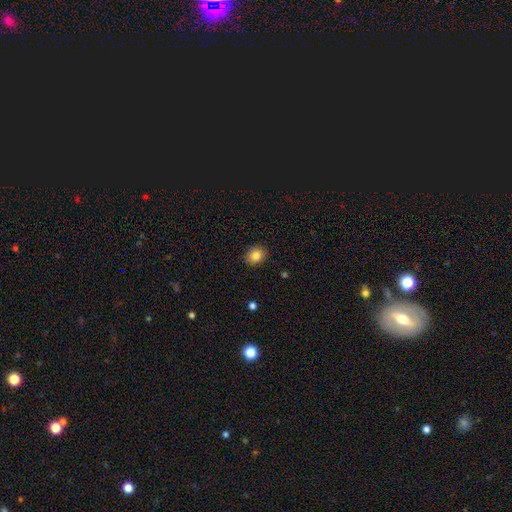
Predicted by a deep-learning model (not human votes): Smooth or featured? smooth (82%)
How rounded? round (59%)
Merging? none (88%)